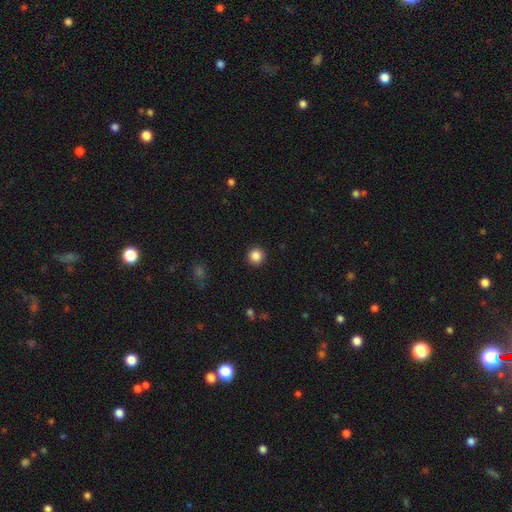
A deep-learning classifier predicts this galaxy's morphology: This is clearly a smooth galaxy (86%). How rounded: clearly round (95%). Merging: clearly none (93%).